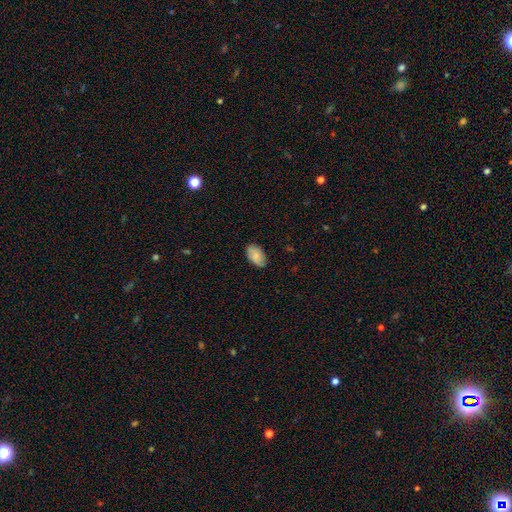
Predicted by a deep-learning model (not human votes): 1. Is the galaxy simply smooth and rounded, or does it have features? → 79% smooth, 14% featured or disk, 7% star or artifact.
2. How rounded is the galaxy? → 93% in between, 6% round, 2% cigar-shaped.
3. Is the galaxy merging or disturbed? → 82% none, 15% minor disturbance, 3% major disturbance, 1% merger.